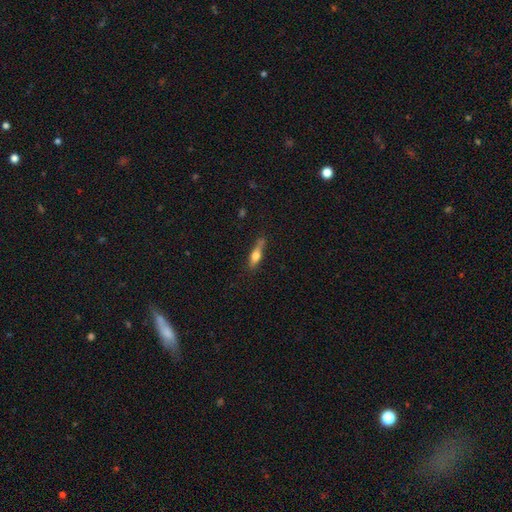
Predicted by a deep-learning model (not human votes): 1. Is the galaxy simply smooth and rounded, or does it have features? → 60% smooth, 33% featured or disk, 7% star or artifact.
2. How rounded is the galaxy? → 66% cigar-shaped, 31% in between, 3% round.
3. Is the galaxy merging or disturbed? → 65% none, 24% minor disturbance, 6% major disturbance, 6% merger.